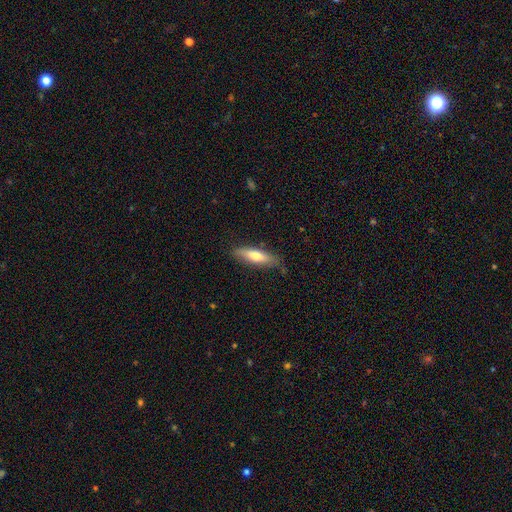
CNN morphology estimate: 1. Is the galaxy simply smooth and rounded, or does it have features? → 67% smooth, 27% featured or disk, 6% star or artifact.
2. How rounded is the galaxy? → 60% cigar-shaped, 38% in between, 2% round.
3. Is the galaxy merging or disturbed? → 79% none, 16% minor disturbance, 3% major disturbance, 2% merger.